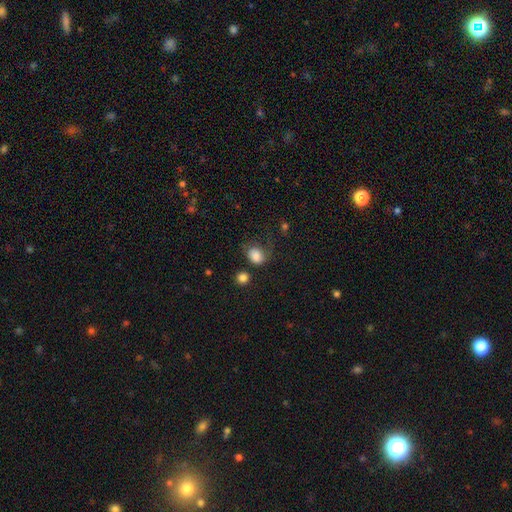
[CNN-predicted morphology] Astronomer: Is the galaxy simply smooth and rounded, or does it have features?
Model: smooth — 81%.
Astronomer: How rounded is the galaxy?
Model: round — 53% (runner-up: in between, 46%).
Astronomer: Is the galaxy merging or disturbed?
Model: none — 42% (runner-up: minor disturbance, 26%).